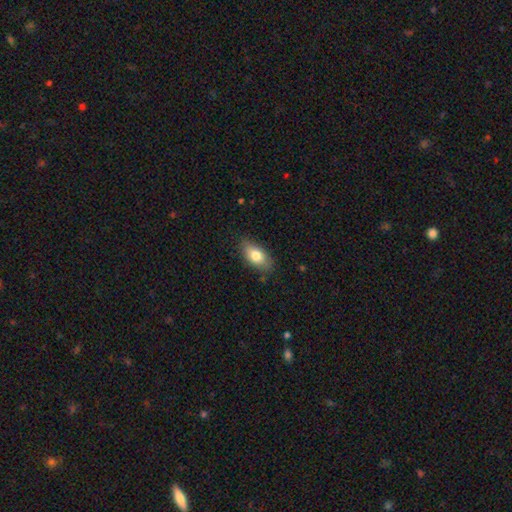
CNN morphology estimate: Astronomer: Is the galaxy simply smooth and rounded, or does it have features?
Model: smooth — 78%.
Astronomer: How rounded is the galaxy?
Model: in between — 90%.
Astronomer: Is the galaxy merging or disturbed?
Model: none — 79%.